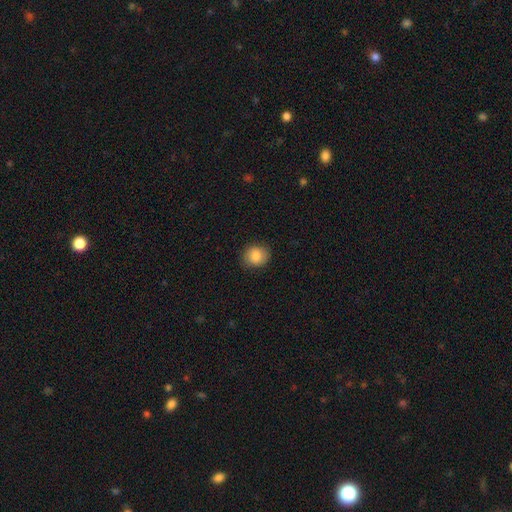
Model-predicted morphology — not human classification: This is clearly a smooth galaxy (84%). How rounded: likely round (70%). Merging: clearly none (84%).